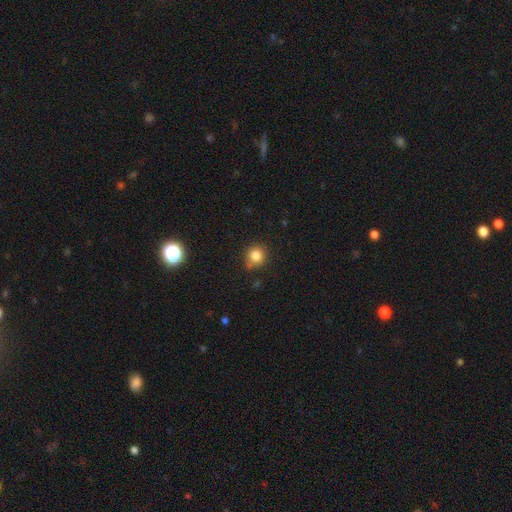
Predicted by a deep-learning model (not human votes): smooth-or-featured: smooth: 82% | star or artifact: 12% | featured or disk: 6%
  how-rounded: round: 87% | in between: 13% | cigar-shaped: 1%
  merging: none: 73% | minor disturbance: 18% | merger: 5% | major disturbance: 4%